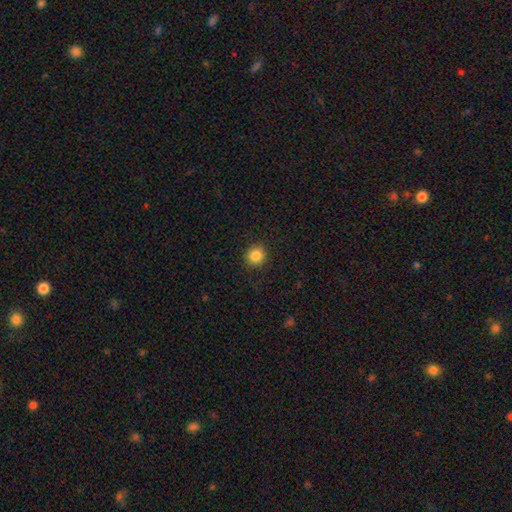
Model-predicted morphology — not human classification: A smooth galaxy with no disk features (86%) that is round (89%).

Vote fractions:
- Smooth or featured? smooth: 86% / star or artifact: 10% / featured or disk: 4%
- How rounded? round: 89% / in between: 10% / cigar-shaped: 1%
- Merging? none: 89% / minor disturbance: 8% / major disturbance: 2% / merger: 1%